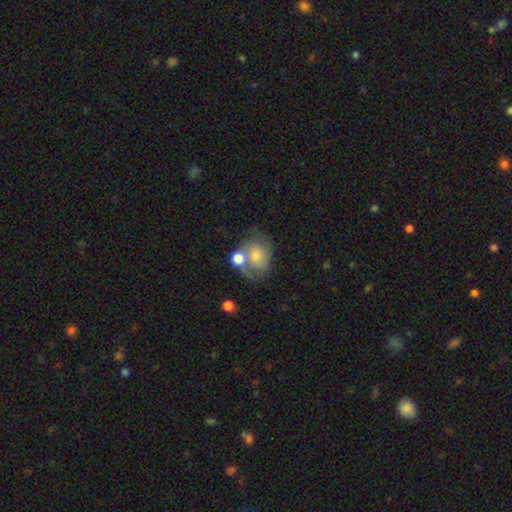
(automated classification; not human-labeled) Q: Smooth or featured?
A: featured or disk (48%); runner-up: smooth (43%)
Q: Merging?
A: none (37%); runner-up: merger (28%)